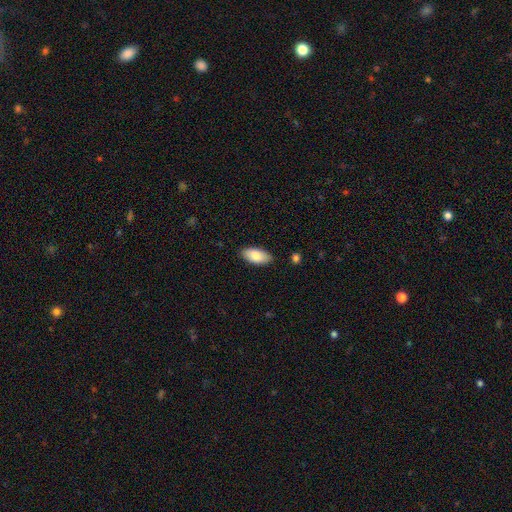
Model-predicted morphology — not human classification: smooth-or-featured: smooth: 81% | featured or disk: 13% | star or artifact: 6%
  how-rounded: in between: 93% | cigar-shaped: 5% | round: 2%
  merging: none: 87% | minor disturbance: 10% | major disturbance: 2% | merger: 1%